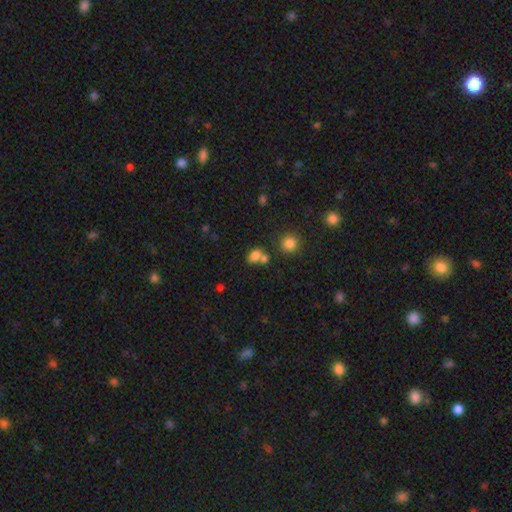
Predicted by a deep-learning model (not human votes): A smooth galaxy with no disk features (78%) that is in between round and cigar-shaped (72%).

Vote fractions:
- Smooth or featured? smooth: 78% / star or artifact: 14% / featured or disk: 8%
- How rounded? in between: 72% / round: 26% / cigar-shaped: 2%
- Merging? none: 44% / merger: 40% / minor disturbance: 11% / major disturbance: 5%